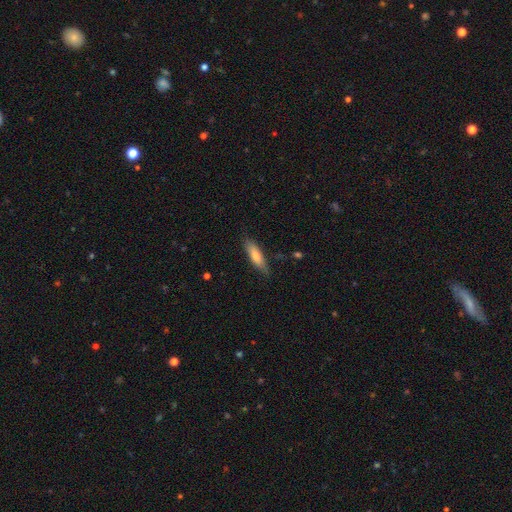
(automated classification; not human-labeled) Smooth or featured? smooth (69%)
How rounded? cigar-shaped (69%)
Merging? none (82%)